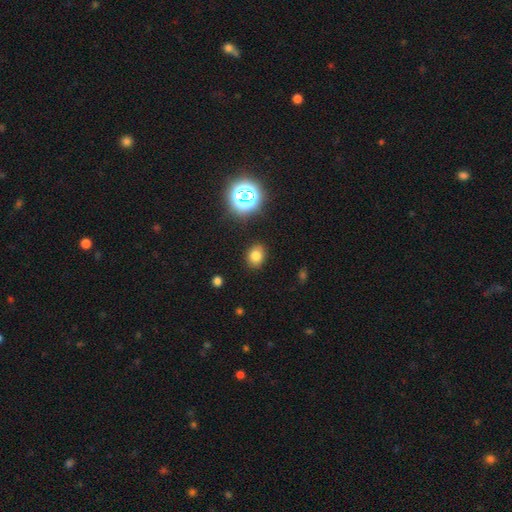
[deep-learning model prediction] A smooth galaxy with no disk features (76%) that is in between round and cigar-shaped (50%).

Vote fractions:
- Smooth or featured? smooth: 76% / star or artifact: 17% / featured or disk: 7%
- How rounded? in between: 50% / round: 49% / cigar-shaped: 1%
- Merging? none: 85% / minor disturbance: 10% / major disturbance: 3% / merger: 2%